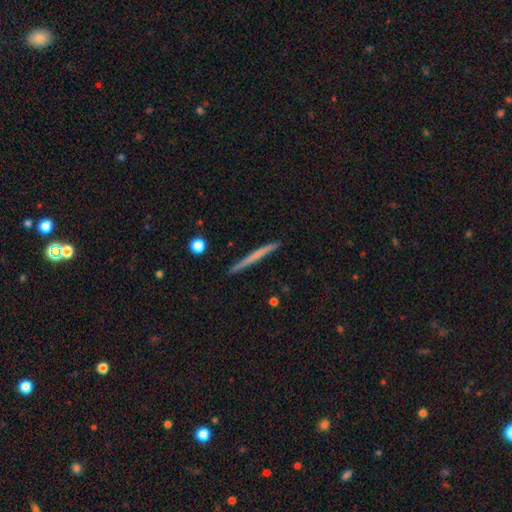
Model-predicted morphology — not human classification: type=smooth (53%); roundness=cigar-shaped (97%); merging=none (92%).